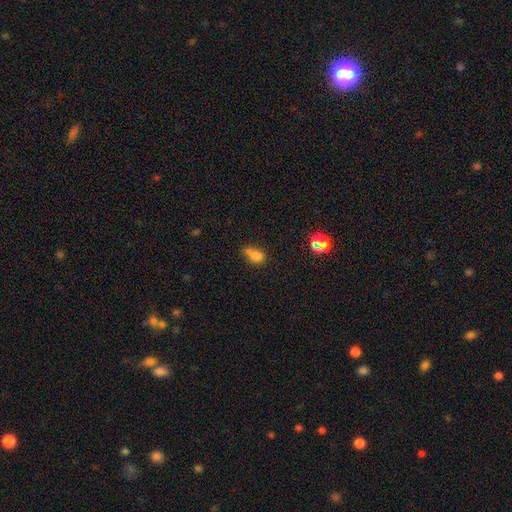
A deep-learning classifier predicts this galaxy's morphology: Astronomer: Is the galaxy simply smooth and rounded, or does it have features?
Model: smooth — 74%.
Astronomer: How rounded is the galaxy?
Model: round — 60% (runner-up: in between, 38%).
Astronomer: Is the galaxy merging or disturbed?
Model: merger — 48% (runner-up: none, 33%).